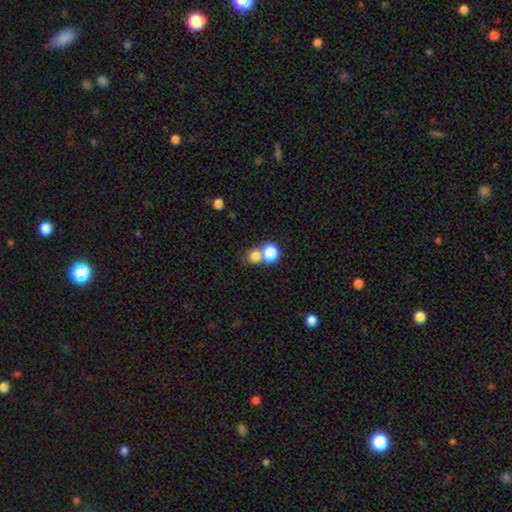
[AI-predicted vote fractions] A smooth galaxy with no disk features (78%) that is round (83%).

Vote fractions:
- Smooth or featured? smooth: 78% / star or artifact: 14% / featured or disk: 8%
- How rounded? round: 83% / in between: 16% / cigar-shaped: 1%
- Merging? none: 47% / merger: 43% / minor disturbance: 6% / major disturbance: 3%